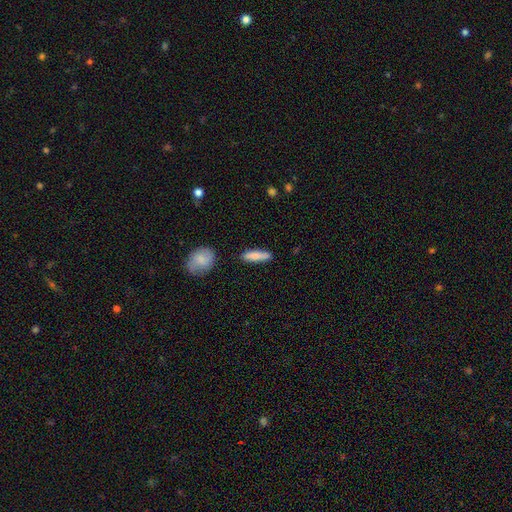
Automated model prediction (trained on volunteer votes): The model was most divided on "how rounded": cigar-shaped: 73%, in between: 25%, round: 2%. More confident: merging — none (84%); smooth or featured — smooth (82%).